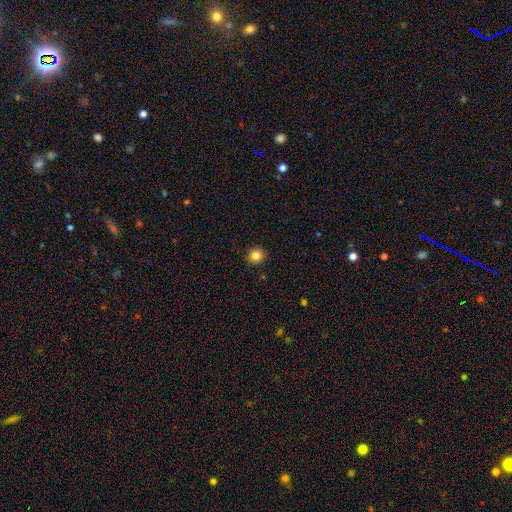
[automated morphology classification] Smooth or featured: smooth — 83% (star or artifact — 12%)
How rounded: round — 89% (in between — 10%)
Merging: none — 92% (minor disturbance — 6%)